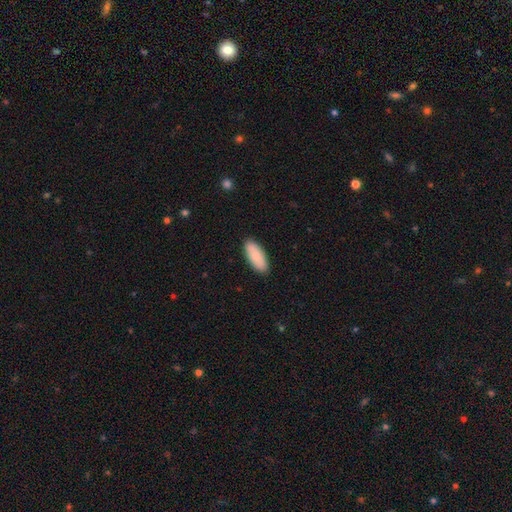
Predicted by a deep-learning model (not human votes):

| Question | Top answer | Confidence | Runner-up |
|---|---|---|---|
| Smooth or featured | smooth | 89% | featured or disk (5%) |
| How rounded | in between | 81% | cigar-shaped (17%) |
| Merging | none | 90% | minor disturbance (8%) |